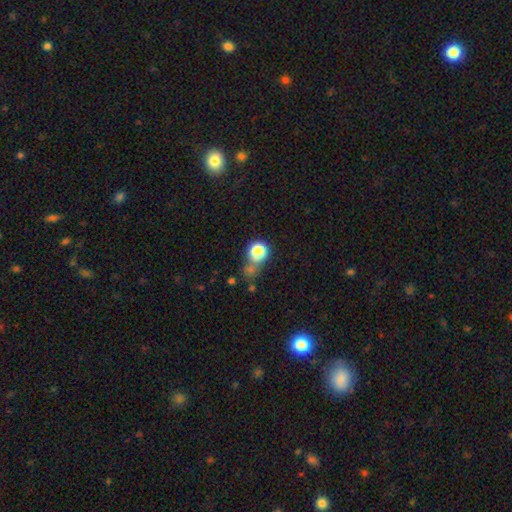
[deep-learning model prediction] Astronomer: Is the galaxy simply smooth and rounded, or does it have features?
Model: smooth — 63%.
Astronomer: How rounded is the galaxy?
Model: round — 86%.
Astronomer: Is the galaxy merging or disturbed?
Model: none — 57%.